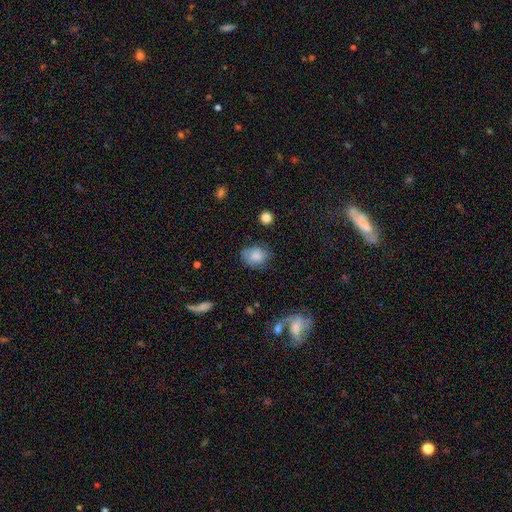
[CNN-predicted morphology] Smooth or featured? smooth (79%)
How rounded? in between (57%)
Merging? none (64%)